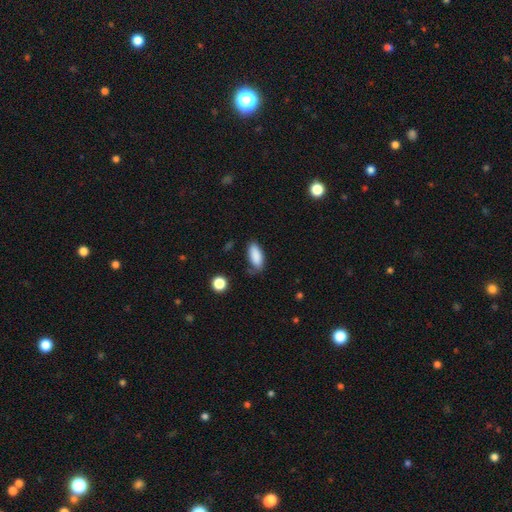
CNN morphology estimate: Smooth or featured?
  - smooth: 87% *
  - star or artifact: 7%
  - featured or disk: 5%
How rounded?
  - in between: 85% *
  - cigar-shaped: 13%
  - round: 2%
Merging?
  - none: 66% *
  - minor disturbance: 26%
  - major disturbance: 6%
  - merger: 3%